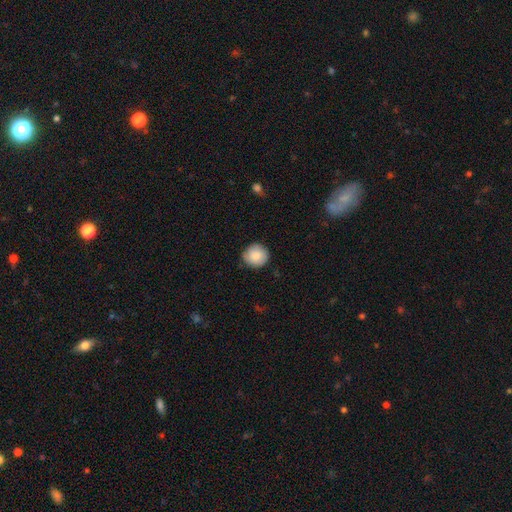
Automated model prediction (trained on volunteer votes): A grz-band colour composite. It shows a smooth galaxy with no disk features (86%) that is round (91%). Merging: none (84%).